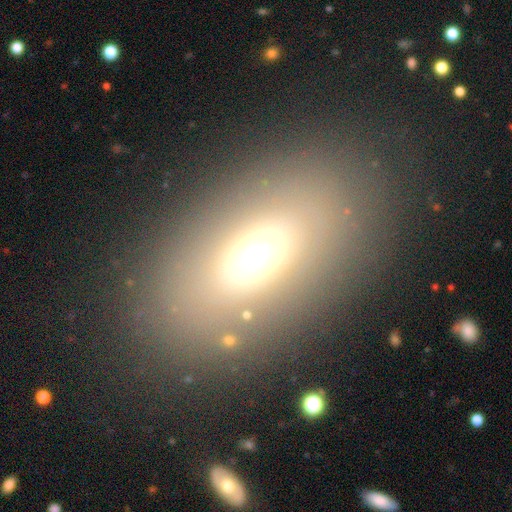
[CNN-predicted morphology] A smooth galaxy with no disk features (61%) that is in between round and cigar-shaped (85%).

Vote fractions:
- Smooth or featured? smooth: 61% / featured or disk: 25% / star or artifact: 15%
- How rounded? in between: 85% / round: 12% / cigar-shaped: 3%
- Merging? none: 82% / minor disturbance: 10% / major disturbance: 6% / merger: 2%